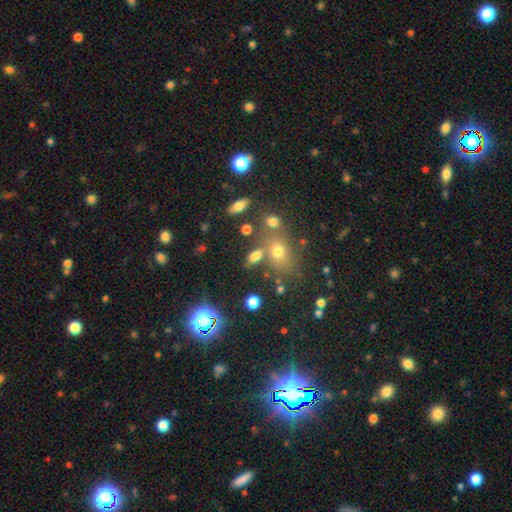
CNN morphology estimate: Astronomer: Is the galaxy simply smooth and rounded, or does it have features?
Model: smooth — 68%.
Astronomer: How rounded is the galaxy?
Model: in between — 77%.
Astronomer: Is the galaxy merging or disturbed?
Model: none — 56%.